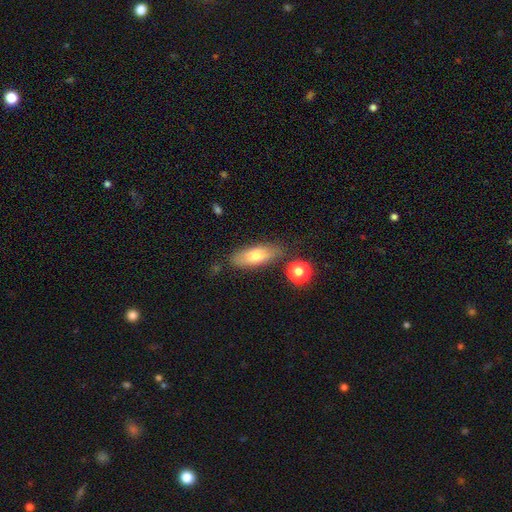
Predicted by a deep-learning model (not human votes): The model was most divided on "how rounded": in between: 65%, cigar-shaped: 31%, round: 4%. More confident: merging — none (78%); smooth or featured — smooth (66%).